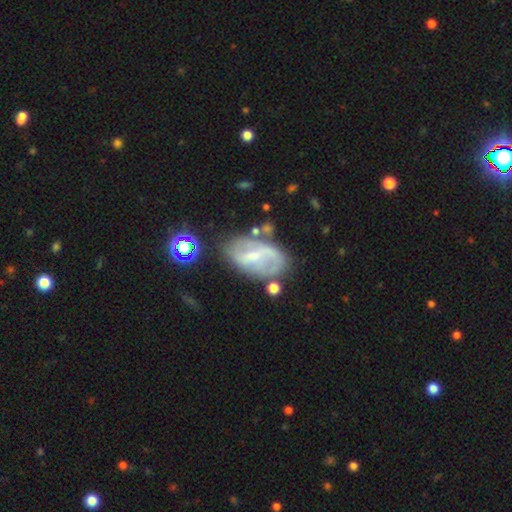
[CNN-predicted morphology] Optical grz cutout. It shows a featured or disk galaxy (69%) with a weak bar (49%), spiral arms (72%) and a small central bulge (65%). Merging: none (58%).